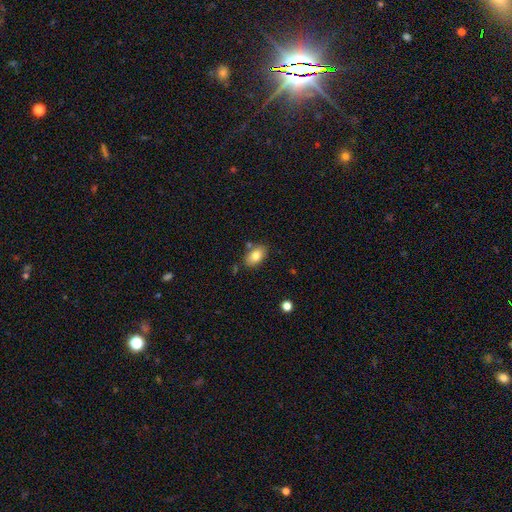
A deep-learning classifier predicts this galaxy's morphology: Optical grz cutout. It shows a smooth galaxy with no disk features (82%) that is in between round and cigar-shaped (91%). Merging: none (77%).